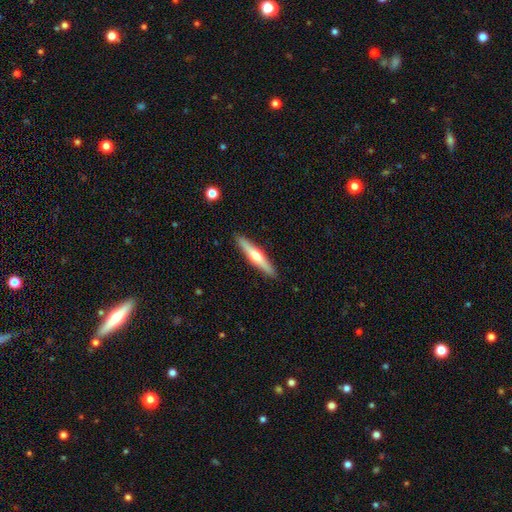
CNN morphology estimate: featured or disk 56%, smooth 39%, star or artifact 5%. Down the decision tree: edge-on disk — yes (96%); edge-on bulge — rounded (89%); merging — none (91%).